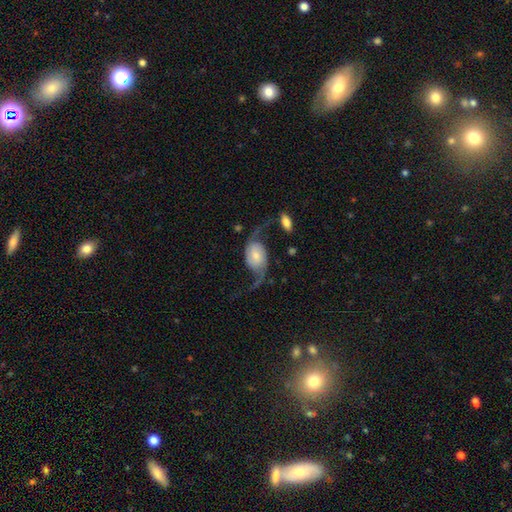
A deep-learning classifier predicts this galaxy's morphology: Overall: featured or disk (79%). Edge-on disk: no (97%). Bar: no (51%; weak 38%). Spiral arms: yes (95%). Spiral arm count: 2 (91%). Spiral winding: loose (84%). Bulge size: small (39%, tied with moderate). Merging: none (49%; major disturbance 27%).